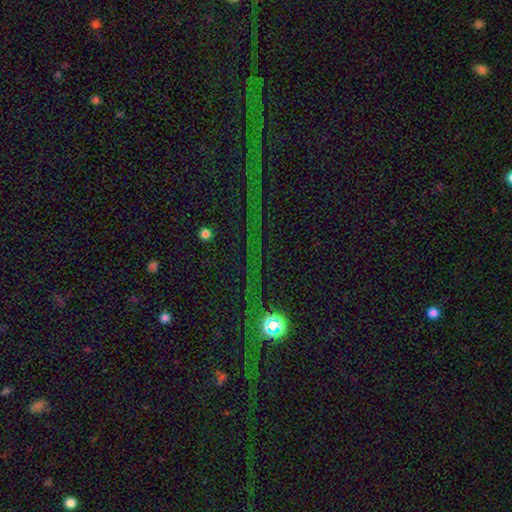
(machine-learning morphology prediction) This is likely a star or artifact rather than a galaxy (76%).